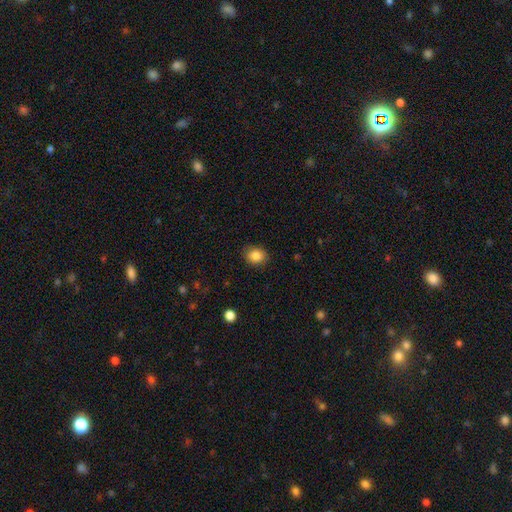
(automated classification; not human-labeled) Q: Smooth or featured?
A: smooth (86%); runner-up: star or artifact (9%)
Q: How rounded?
A: round (62%); runner-up: in between (37%)
Q: Merging?
A: none (88%); runner-up: minor disturbance (9%)